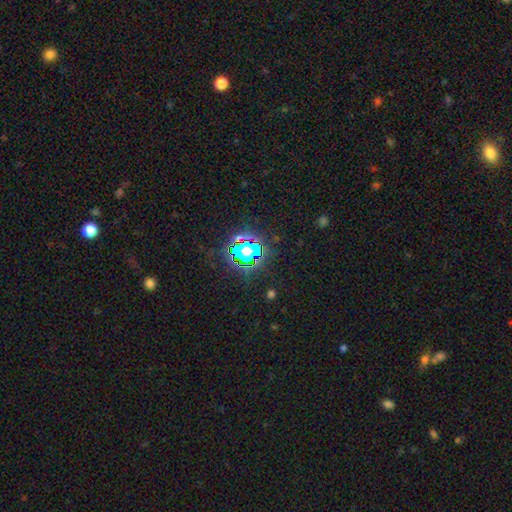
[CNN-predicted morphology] Smooth or featured?
  - star or artifact: 80% *
  - smooth: 13%
  - featured or disk: 7%